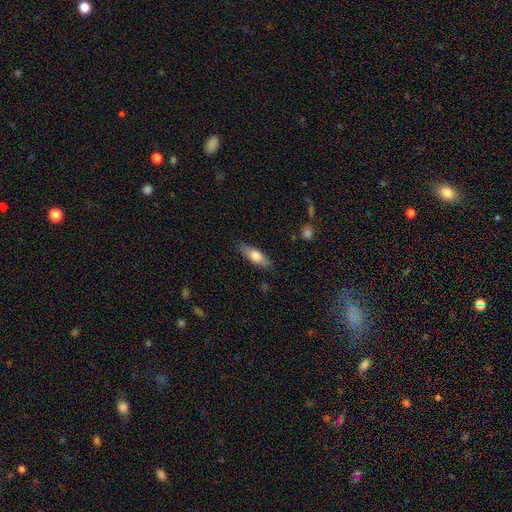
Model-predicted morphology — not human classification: Smooth or featured? smooth (68%)
How rounded? in between (57%)
Merging? none (83%)